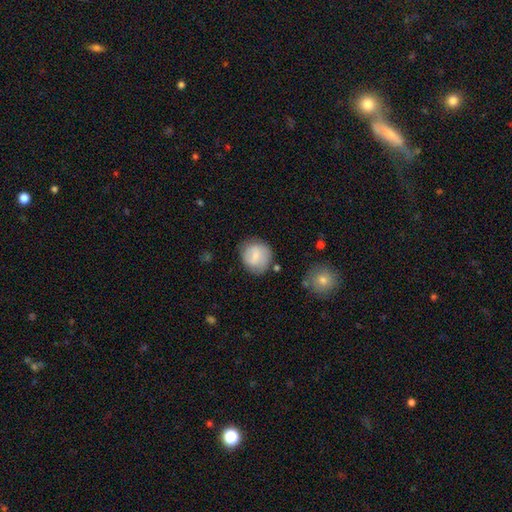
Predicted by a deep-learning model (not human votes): The model was most divided on "smooth or featured": smooth: 69%, featured or disk: 24%, star or artifact: 7%. More confident: how rounded — round (80%); merging — none (71%).